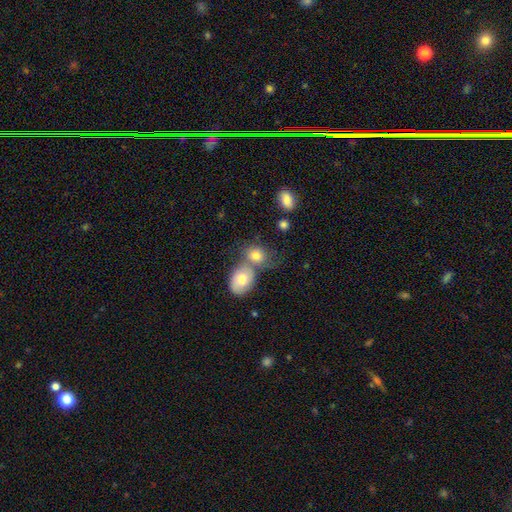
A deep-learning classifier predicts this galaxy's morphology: Smooth or featured? smooth (79%)
How rounded? round (51%)
Merging? merger (50%)